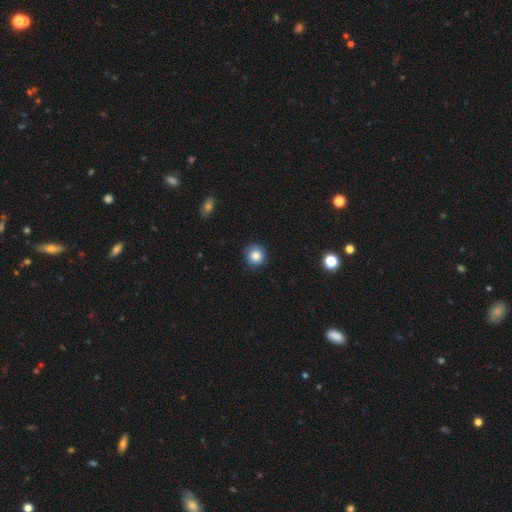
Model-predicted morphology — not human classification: Smooth or featured: smooth — 81% (star or artifact — 11%)
How rounded: round — 93% (in between — 6%)
Merging: none — 87% (minor disturbance — 10%)